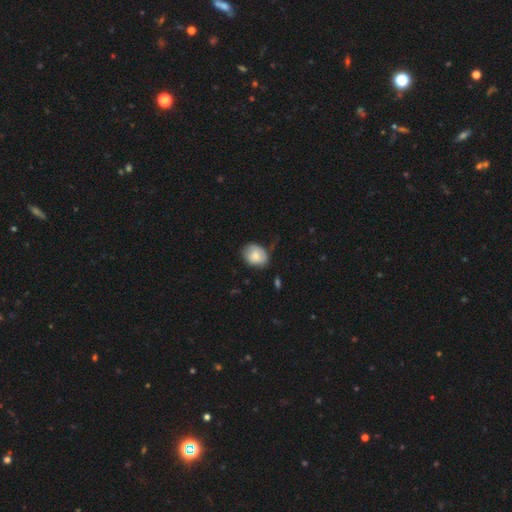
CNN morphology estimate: A smooth galaxy with no disk features (79%) that is in between round and cigar-shaped (62%). Merging: none (65%).